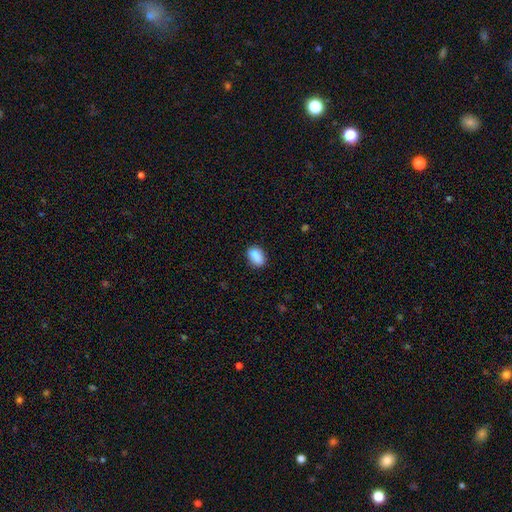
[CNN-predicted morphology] A smooth galaxy with no disk features (87%) that is in between round and cigar-shaped (84%).

Vote fractions:
- Smooth or featured? smooth: 87% / star or artifact: 8% / featured or disk: 6%
- How rounded? in between: 84% / round: 12% / cigar-shaped: 4%
- Merging? none: 80% / minor disturbance: 14% / major disturbance: 3% / merger: 3%